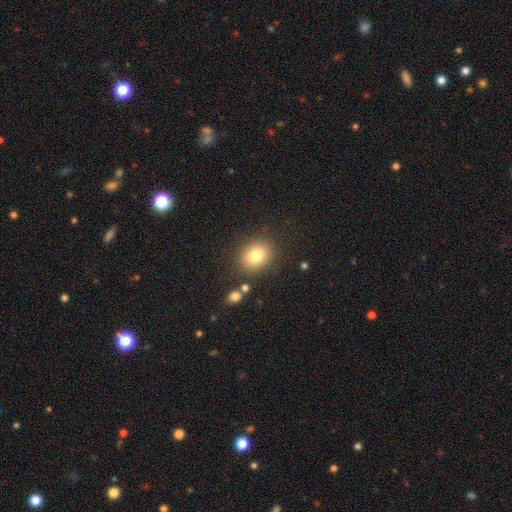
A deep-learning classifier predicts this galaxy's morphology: A smooth galaxy with no disk features (80%) that is round (55%).

Vote fractions:
- Smooth or featured? smooth: 80% / star or artifact: 11% / featured or disk: 9%
- How rounded? round: 55% / in between: 44% / cigar-shaped: 1%
- Merging? none: 83% / minor disturbance: 10% / merger: 4% / major disturbance: 4%